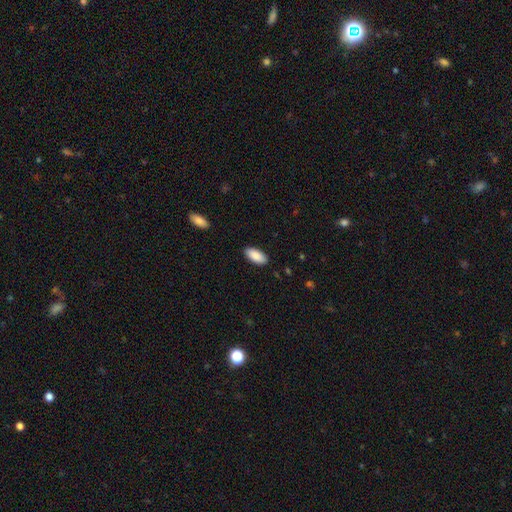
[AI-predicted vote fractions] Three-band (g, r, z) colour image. It shows a smooth galaxy with no disk features (89%) that is in between round and cigar-shaped (90%). Merging: none (89%).